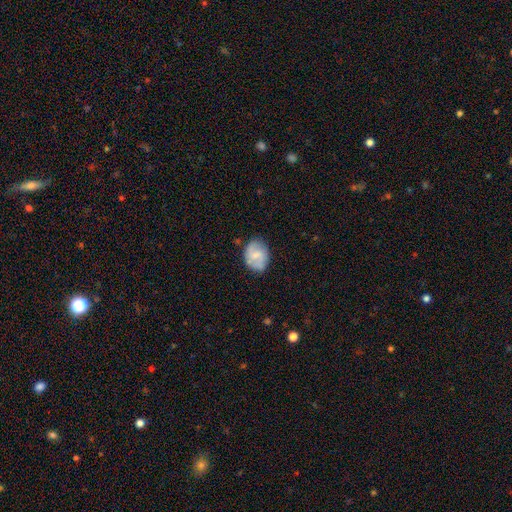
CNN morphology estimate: Overall: smooth (55%; featured or disk 38%). How rounded: in between (61%; round 38%). Merging: none (71%).